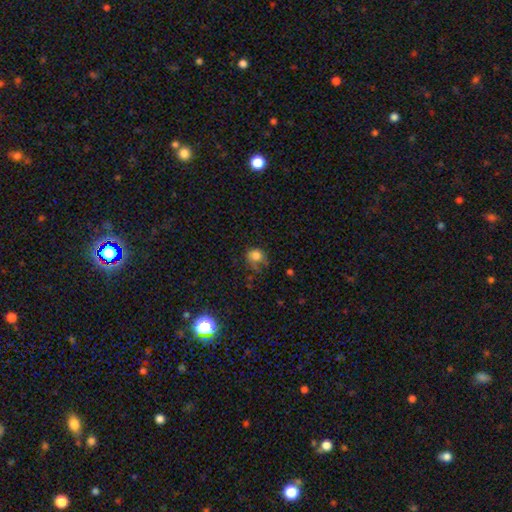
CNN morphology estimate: Smooth or featured: smooth — 78% (star or artifact — 12%)
How rounded: round — 68% (in between — 31%)
Merging: none — 51% (minor disturbance — 29%)